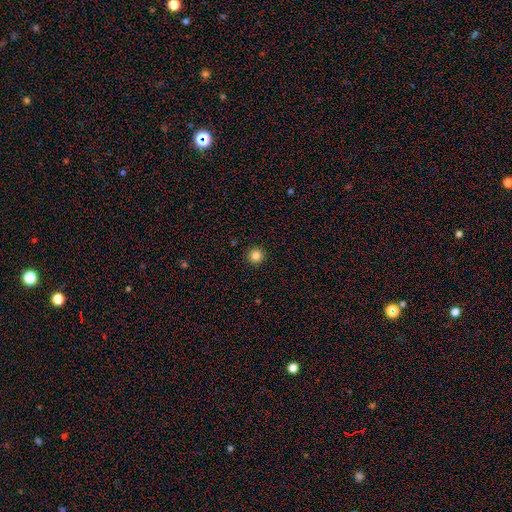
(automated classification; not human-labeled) smooth 84%, star or artifact 12%, featured or disk 4%. Down the decision tree: how rounded — round (96%); merging — none (93%).